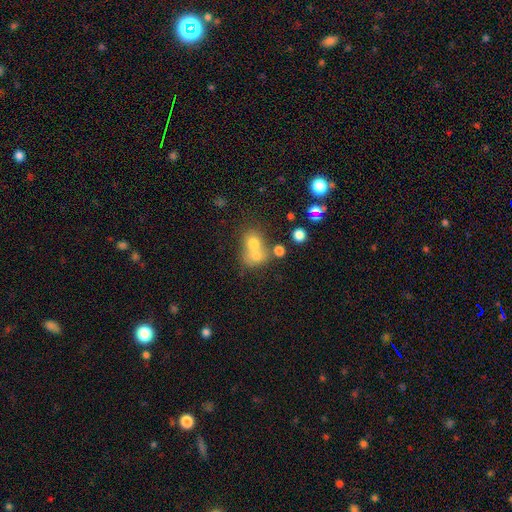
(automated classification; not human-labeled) Overall: smooth (68%). How rounded: round (60%; in between 39%). Merging: merger (62%; none 26%).